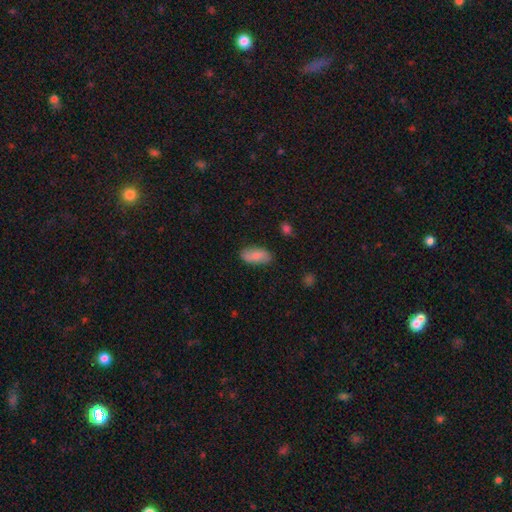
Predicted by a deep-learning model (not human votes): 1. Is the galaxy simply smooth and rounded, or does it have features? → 80% smooth, 13% featured or disk, 6% star or artifact.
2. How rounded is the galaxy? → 90% in between, 7% cigar-shaped, 2% round.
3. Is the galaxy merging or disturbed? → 82% none, 14% minor disturbance, 3% major disturbance, 1% merger.